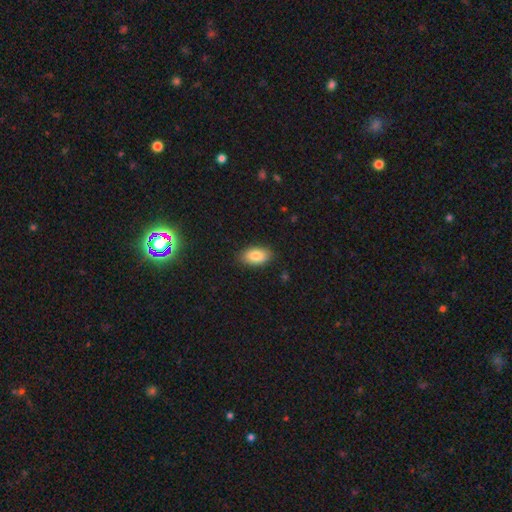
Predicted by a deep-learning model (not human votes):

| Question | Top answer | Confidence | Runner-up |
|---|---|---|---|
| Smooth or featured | smooth | 85% | featured or disk (8%) |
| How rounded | in between | 93% | round (5%) |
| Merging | none | 86% | minor disturbance (10%) |